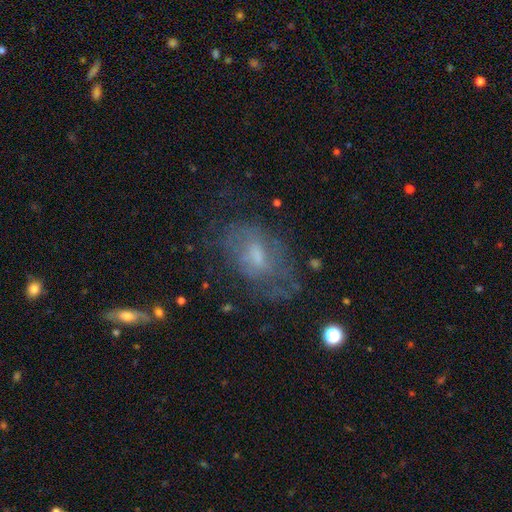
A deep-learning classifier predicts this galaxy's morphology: featured or disk 52%, smooth 35%, star or artifact 13%. Down the decision tree: edge-on disk — no (93%); merging — none (55%).